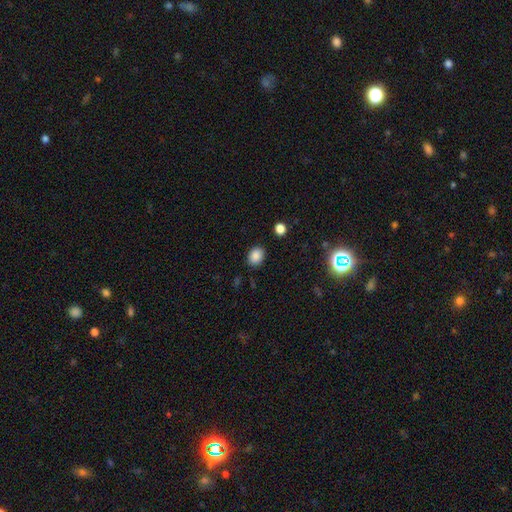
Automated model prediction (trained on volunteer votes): This appears to be a smooth galaxy with no disk features (86%) that is in between round and cigar-shaped (55%). Merging: none (86%).